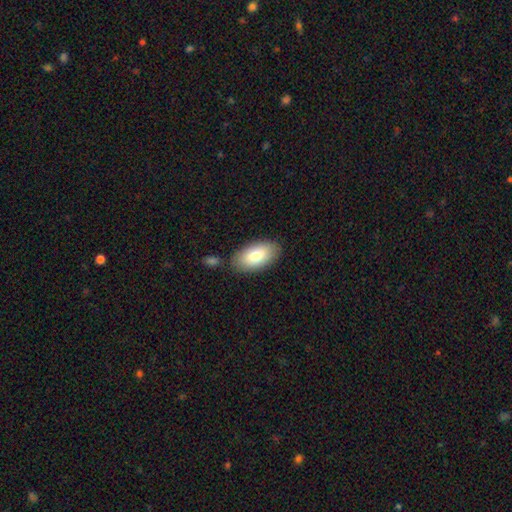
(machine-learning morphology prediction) The model was most divided on "smooth or featured": smooth: 79%, featured or disk: 15%, star or artifact: 6%. More confident: how rounded — in between (95%); merging — none (81%).